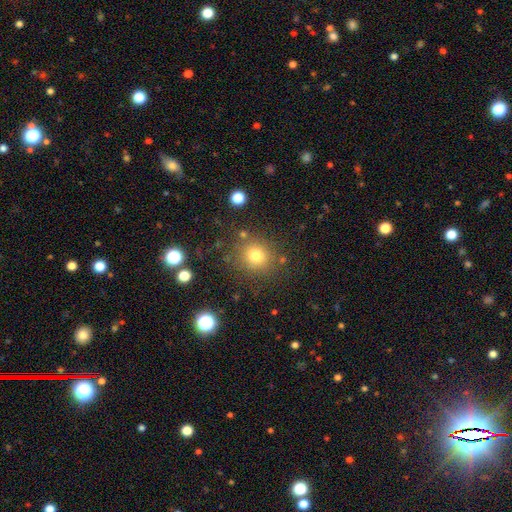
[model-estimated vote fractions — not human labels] Morphology: type=smooth (75%); roundness=round (86%); merging=none (81%).